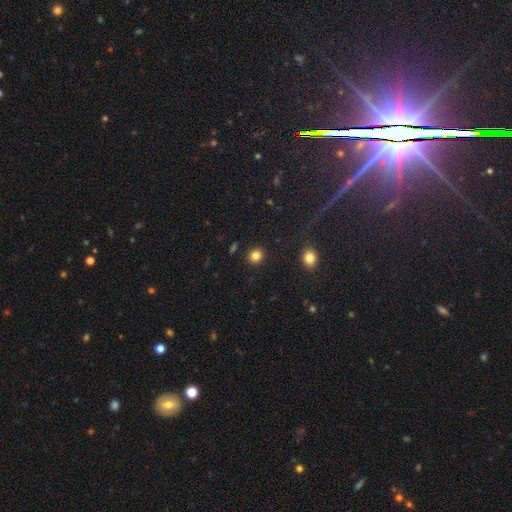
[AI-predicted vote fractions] Smooth or featured? Predicted: smooth (p=0.83). How rounded? Predicted: round (p=0.80). Merging? Predicted: none (p=0.90).